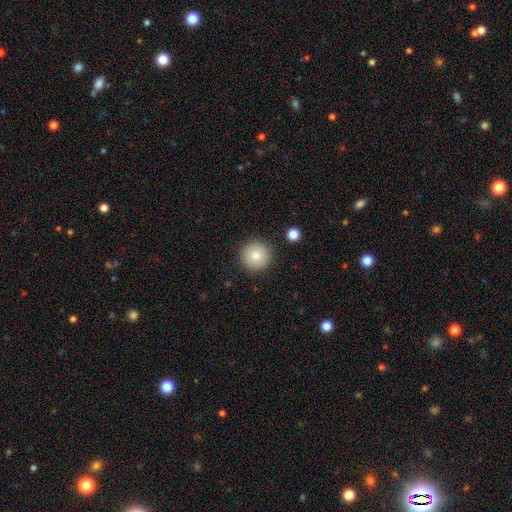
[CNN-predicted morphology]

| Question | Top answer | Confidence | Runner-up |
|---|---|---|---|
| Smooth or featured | smooth | 83% | star or artifact (8%) |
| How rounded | round | 96% | in between (3%) |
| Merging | none | 90% | minor disturbance (6%) |